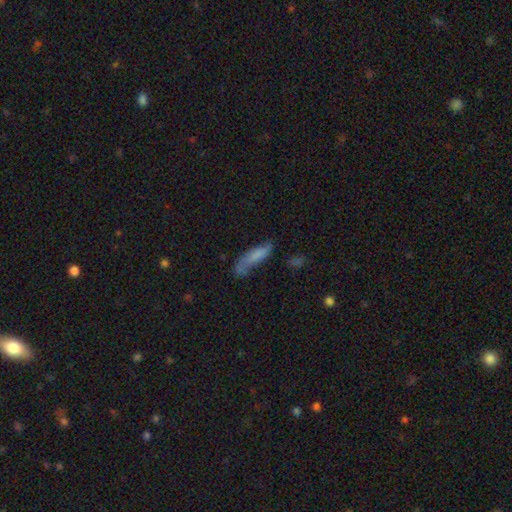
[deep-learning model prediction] Smooth or featured? smooth (64%)
How rounded? cigar-shaped (61%)
Merging? none (45%)